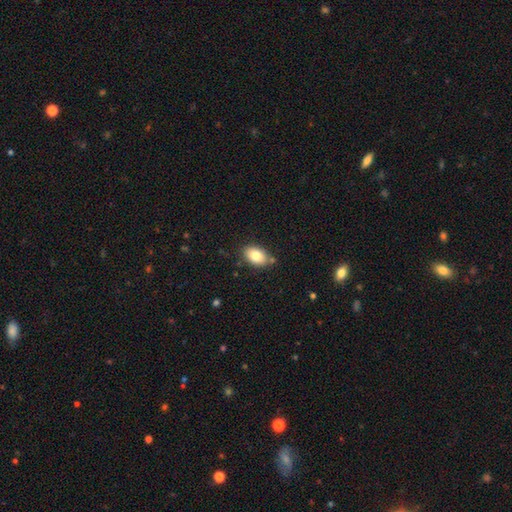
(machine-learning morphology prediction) This appears to be a smooth galaxy with no disk features (80%) that is in between round and cigar-shaped (86%). Merging: none (80%).